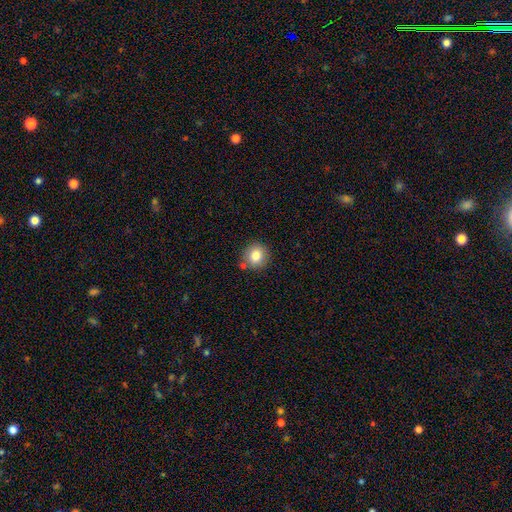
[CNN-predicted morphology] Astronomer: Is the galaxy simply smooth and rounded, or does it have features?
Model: smooth — 82%.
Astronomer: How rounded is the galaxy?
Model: round — 88%.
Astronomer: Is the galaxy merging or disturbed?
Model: none — 81%.